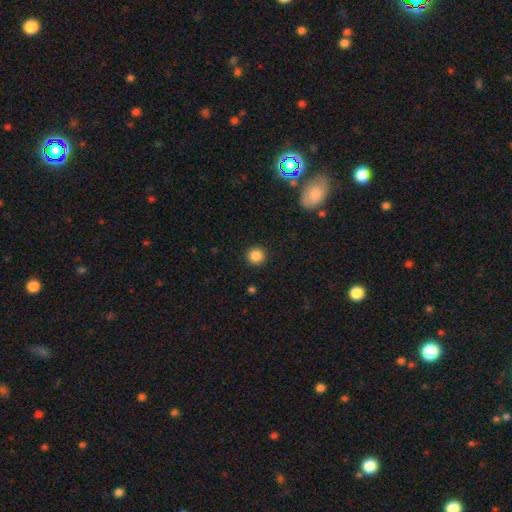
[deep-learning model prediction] Smooth or featured: smooth — 86% (star or artifact — 11%)
How rounded: round — 94% (in between — 5%)
Merging: none — 92% (minor disturbance — 5%)